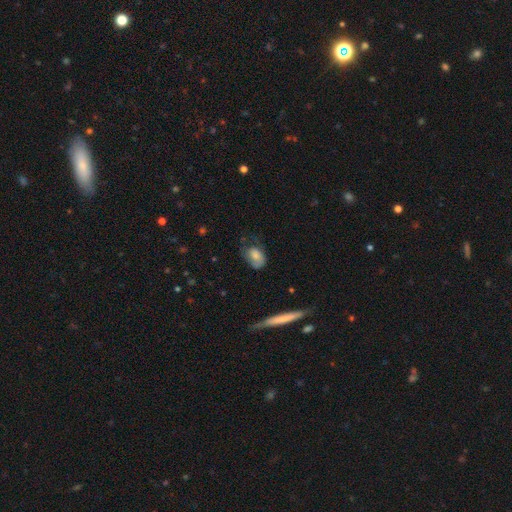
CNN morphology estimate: The model was most divided on "merging": none: 38%, minor disturbance: 34%, major disturbance: 25%, merger: 3%. More confident: how rounded — in between (81%); smooth or featured — smooth (71%).